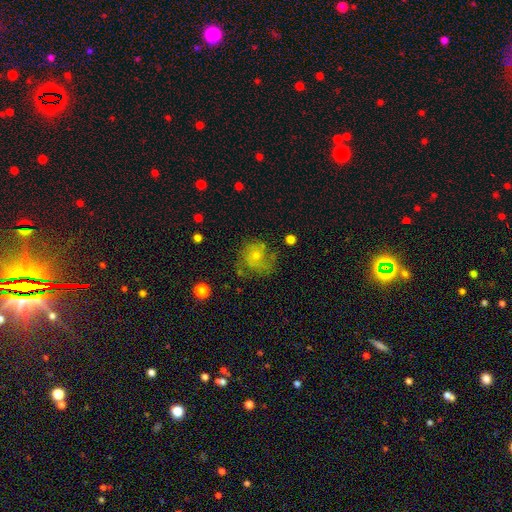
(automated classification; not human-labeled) Overall: featured or disk (49%; smooth 37%). Merging: none (59%; minor disturbance 22%).